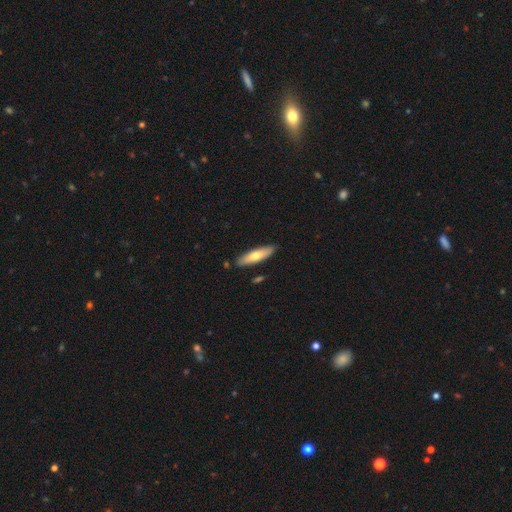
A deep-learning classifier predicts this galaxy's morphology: Smooth or featured?
  - smooth: 65% *
  - featured or disk: 29%
  - star or artifact: 5%
How rounded?
  - cigar-shaped: 67% *
  - in between: 31%
  - round: 2%
Merging?
  - none: 85% *
  - minor disturbance: 10%
  - merger: 3%
  - major disturbance: 2%